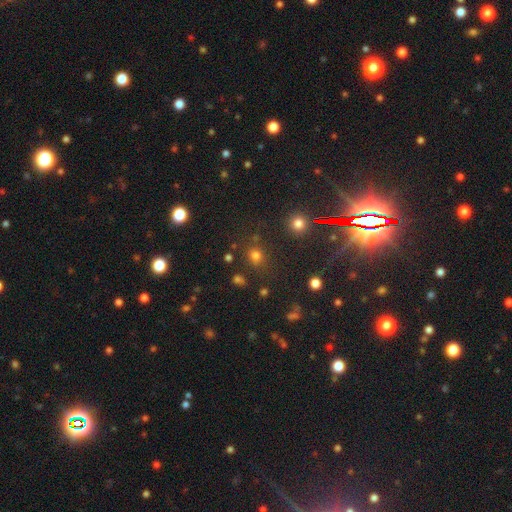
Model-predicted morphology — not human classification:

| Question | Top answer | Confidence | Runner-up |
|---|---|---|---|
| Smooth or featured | smooth | 71% | star or artifact (23%) |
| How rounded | round | 76% | in between (23%) |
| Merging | none | 74% | minor disturbance (12%) |